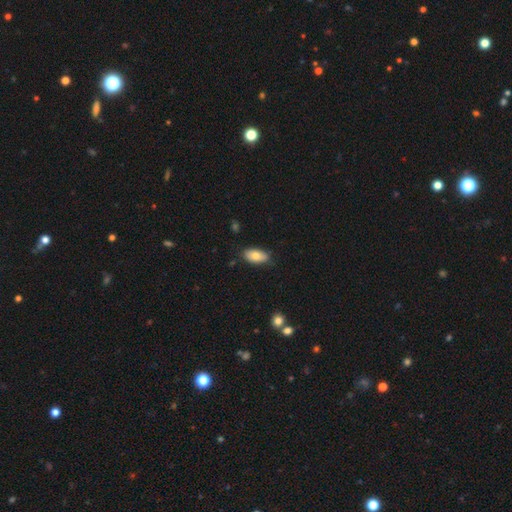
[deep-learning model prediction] A smooth galaxy with no disk features (77%) that is in between round and cigar-shaped (93%).

Vote fractions:
- Smooth or featured? smooth: 77% / featured or disk: 16% / star or artifact: 7%
- How rounded? in between: 93% / cigar-shaped: 4% / round: 3%
- Merging? none: 82% / minor disturbance: 14% / major disturbance: 2% / merger: 1%